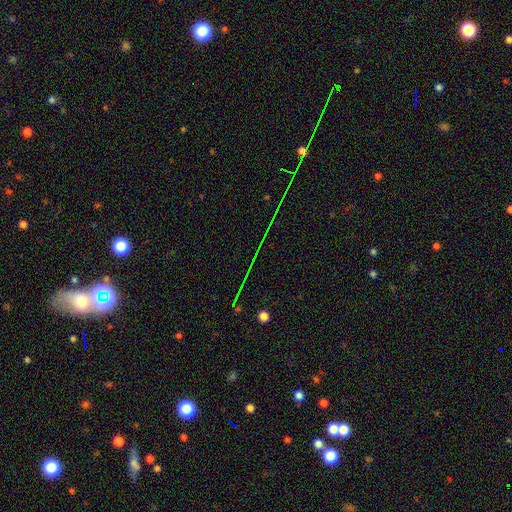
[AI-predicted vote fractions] Overall: star or artifact (75%).